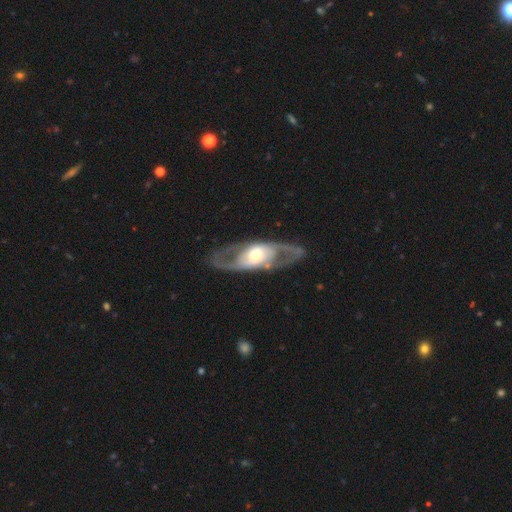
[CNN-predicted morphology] Smooth or featured? Predicted: featured or disk (p=0.79). Edge-on disk? Predicted: no (p=0.87). Bar? Predicted: no (p=0.59). Spiral arms? Predicted: yes (p=0.67). Bulge size? Predicted: moderate (p=0.52). Merging? Predicted: none (p=0.77).